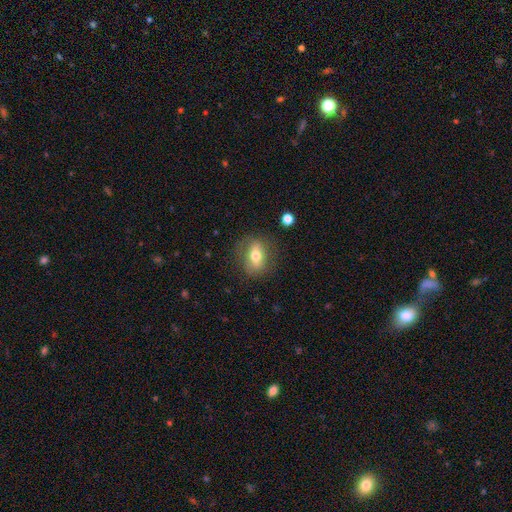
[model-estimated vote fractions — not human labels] A smooth galaxy with no disk features (54%) that is in between round and cigar-shaped (70%).

Vote fractions:
- Smooth or featured? smooth: 54% / featured or disk: 38% / star or artifact: 8%
- How rounded? in between: 70% / round: 22% / cigar-shaped: 8%
- Merging? none: 77% / minor disturbance: 15% / major disturbance: 6% / merger: 2%